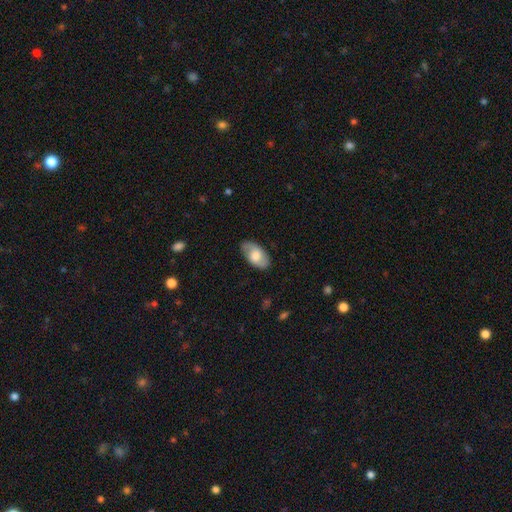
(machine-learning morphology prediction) type=smooth (56%); roundness=in between (94%); merging=none (82%).